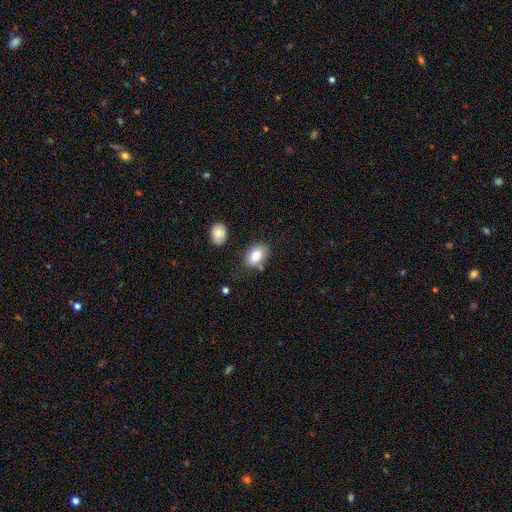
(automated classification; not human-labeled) The model was most divided on "merging": none: 73%, minor disturbance: 18%, merger: 6%, major disturbance: 4%. More confident: how rounded — in between (87%); smooth or featured — smooth (84%).